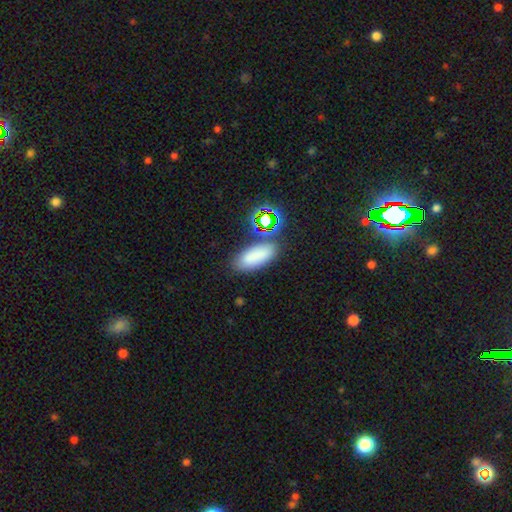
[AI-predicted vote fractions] Q: Smooth or featured?
A: smooth (76%); runner-up: star or artifact (16%)
Q: How rounded?
A: in between (81%); runner-up: cigar-shaped (14%)
Q: Merging?
A: none (75%); runner-up: minor disturbance (13%)